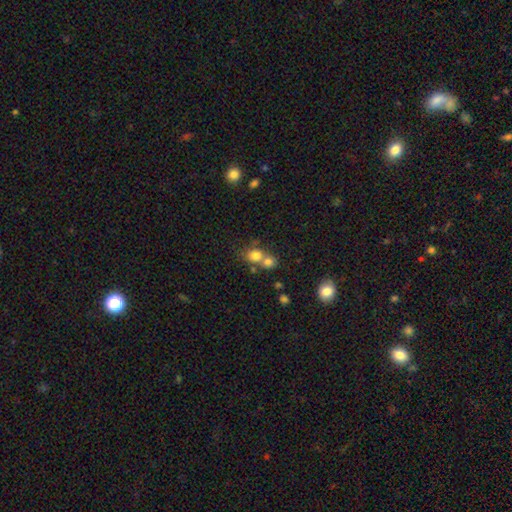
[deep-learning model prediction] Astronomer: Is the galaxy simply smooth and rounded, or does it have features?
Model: smooth — 77%.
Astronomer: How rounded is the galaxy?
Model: round — 68%.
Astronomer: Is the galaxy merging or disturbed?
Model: merger — 54% (runner-up: none, 35%).